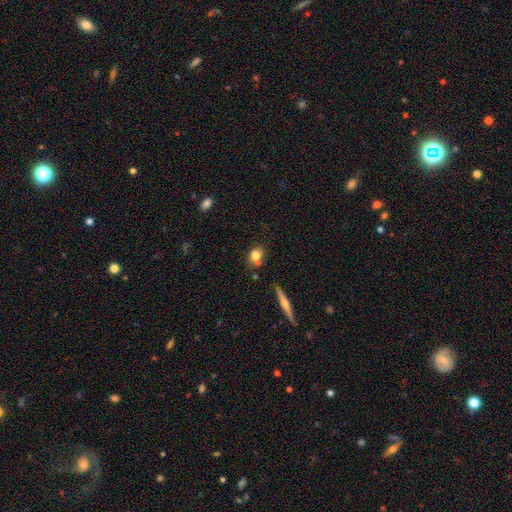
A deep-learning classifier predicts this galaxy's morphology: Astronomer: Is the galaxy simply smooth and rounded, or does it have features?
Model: smooth — 77%.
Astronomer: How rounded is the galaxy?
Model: round — 56% (runner-up: in between, 40%).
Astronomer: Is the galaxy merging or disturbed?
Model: none — 61%.